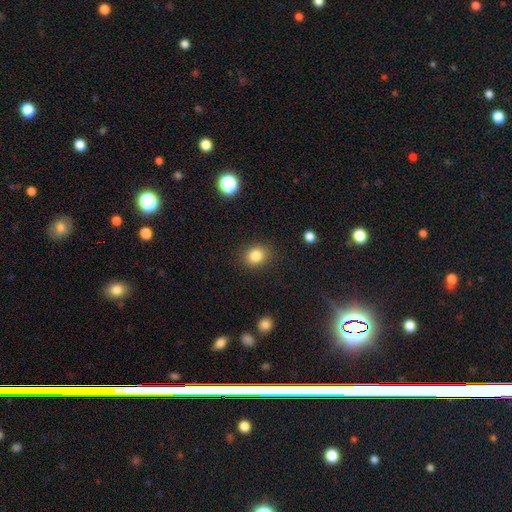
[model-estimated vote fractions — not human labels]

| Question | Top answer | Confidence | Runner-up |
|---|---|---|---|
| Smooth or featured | smooth | 83% | star or artifact (11%) |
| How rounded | round | 63% | in between (36%) |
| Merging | none | 86% | minor disturbance (9%) |